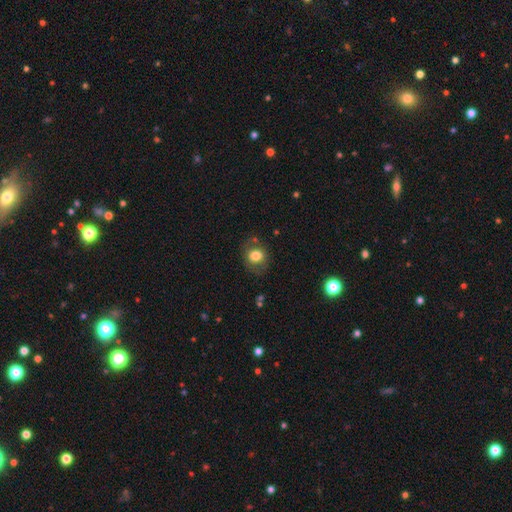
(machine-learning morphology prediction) Smooth or featured? smooth (76%)
How rounded? round (66%)
Merging? none (72%)